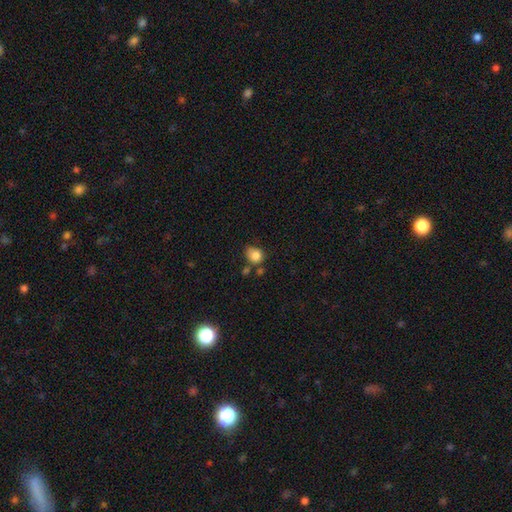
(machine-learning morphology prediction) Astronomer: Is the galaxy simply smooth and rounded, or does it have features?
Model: smooth — 82%.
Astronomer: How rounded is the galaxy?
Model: round — 66%.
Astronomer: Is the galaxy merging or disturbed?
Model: none — 50% (runner-up: minor disturbance, 28%).